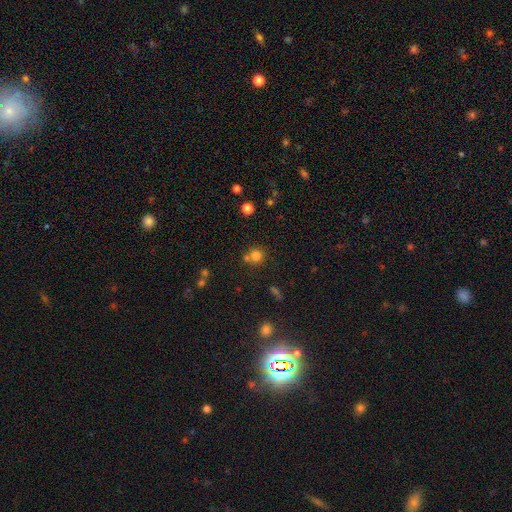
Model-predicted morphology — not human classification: The model was most divided on "merging": none: 66%, merger: 22%, minor disturbance: 9%, major disturbance: 3%. More confident: how rounded — round (90%); smooth or featured — smooth (75%).